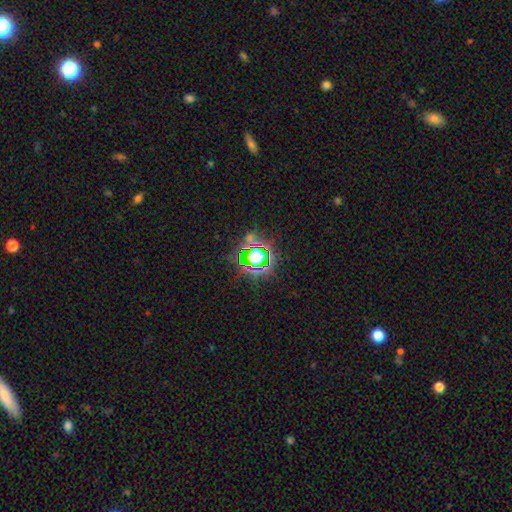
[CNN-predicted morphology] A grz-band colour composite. It shows a star or artifact, not a galaxy (75%).